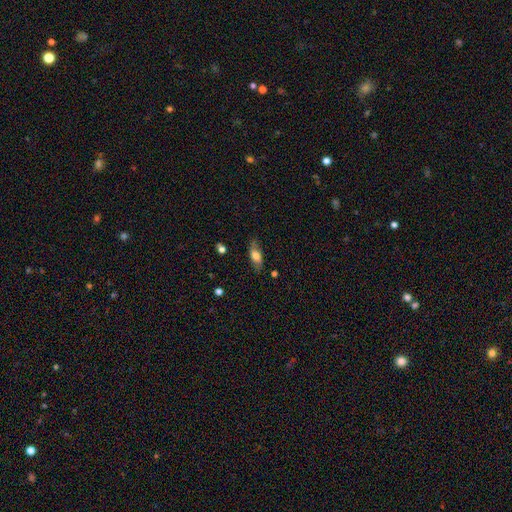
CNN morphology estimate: Q: Smooth or featured?
A: smooth (60%); runner-up: featured or disk (32%)
Q: How rounded?
A: in between (75%); runner-up: cigar-shaped (20%)
Q: Merging?
A: none (74%); runner-up: minor disturbance (19%)